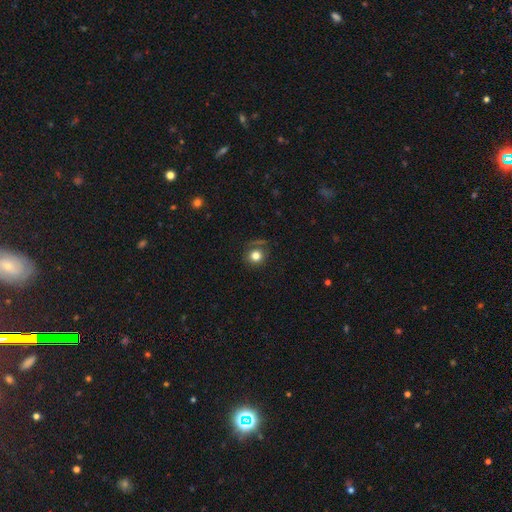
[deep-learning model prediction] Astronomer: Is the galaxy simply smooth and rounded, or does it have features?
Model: smooth — 78%.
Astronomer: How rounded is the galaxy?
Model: round — 89%.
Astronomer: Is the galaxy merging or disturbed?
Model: none — 77%.